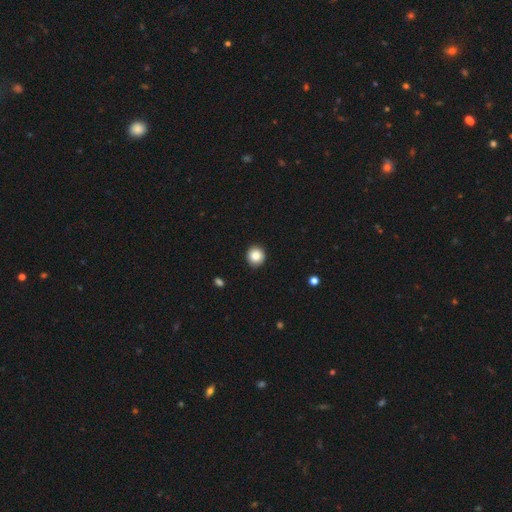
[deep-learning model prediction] This is clearly a smooth galaxy (86%). How rounded: clearly round (92%). Merging: clearly none (91%).